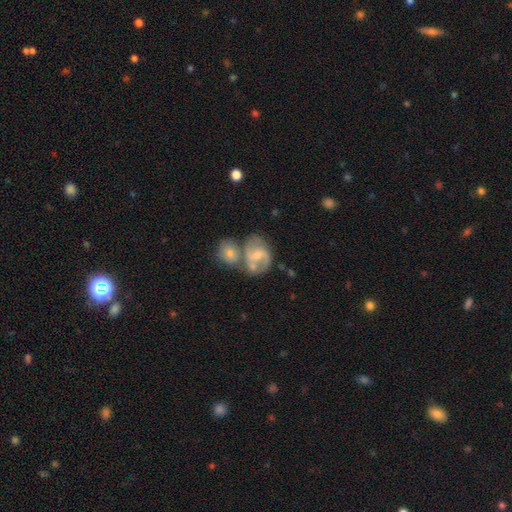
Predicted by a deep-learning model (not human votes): Q: Smooth or featured?
A: featured or disk (74%); runner-up: smooth (19%)
Q: Edge-on disk?
A: no (98%); runner-up: yes (2%)
Q: Bar?
A: weak (49%); runner-up: no (38%)
Q: Spiral arms?
A: yes (90%); runner-up: no (10%)
Q: Spiral winding?
A: medium (56%); runner-up: loose (26%)
Q: Spiral arm count?
A: 2 (82%); runner-up: can't tell (7%)
Q: Bulge size?
A: small (46%); runner-up: moderate (44%)
Q: Merging?
A: merger (47%); runner-up: none (33%)